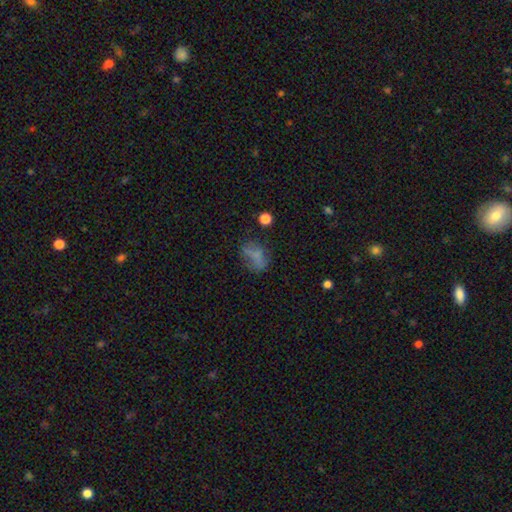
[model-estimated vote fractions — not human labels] This appears to be a smooth galaxy with no disk features (59%) that is in between round and cigar-shaped (72%). Merging: none (47%).